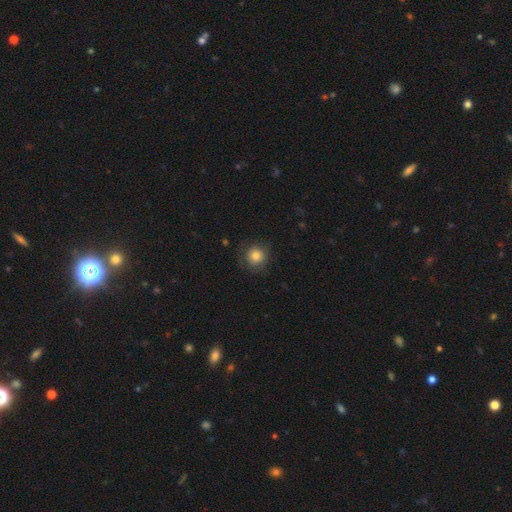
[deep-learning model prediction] The model was most divided on "merging": none: 81%, minor disturbance: 13%, major disturbance: 5%, merger: 1%. More confident: how rounded — round (92%); smooth or featured — smooth (82%).